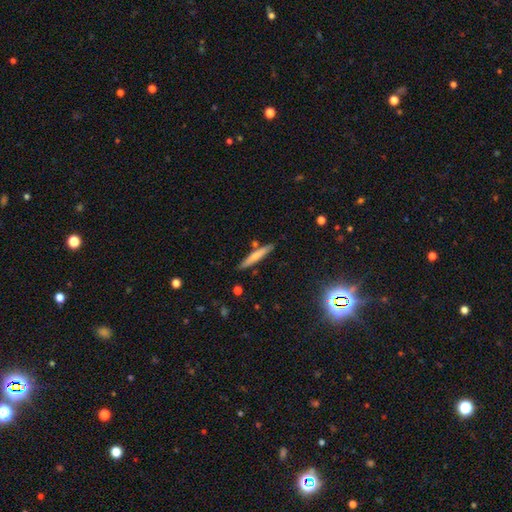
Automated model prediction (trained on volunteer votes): This appears to be a smooth galaxy with no disk features (61%) that is cigar-shaped (93%). Merging: none (84%).